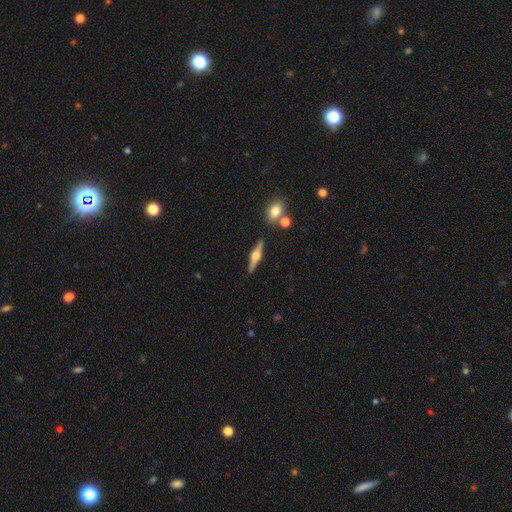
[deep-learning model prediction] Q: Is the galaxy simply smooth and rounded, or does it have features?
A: featured or disk — 74%.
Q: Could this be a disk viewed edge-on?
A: yes — 97%.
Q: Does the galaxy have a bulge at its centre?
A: rounded — 93%.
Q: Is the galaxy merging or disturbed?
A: none — 87%.